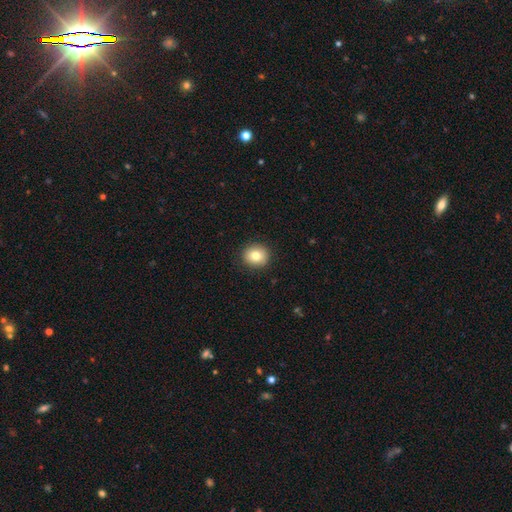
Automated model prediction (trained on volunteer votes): A smooth galaxy with no disk features (80%) that is round (83%).

Vote fractions:
- Smooth or featured? smooth: 80% / featured or disk: 10% / star or artifact: 10%
- How rounded? round: 83% / in between: 16% / cigar-shaped: 1%
- Merging? none: 90% / minor disturbance: 7% / major disturbance: 2% / merger: 1%